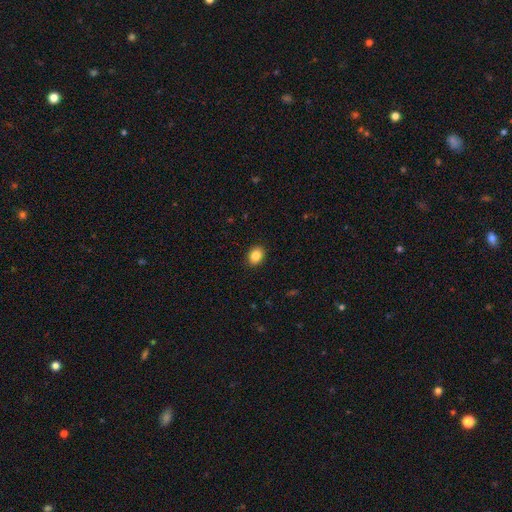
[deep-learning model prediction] Smooth or featured? smooth (86%)
How rounded? in between (60%)
Merging? none (90%)